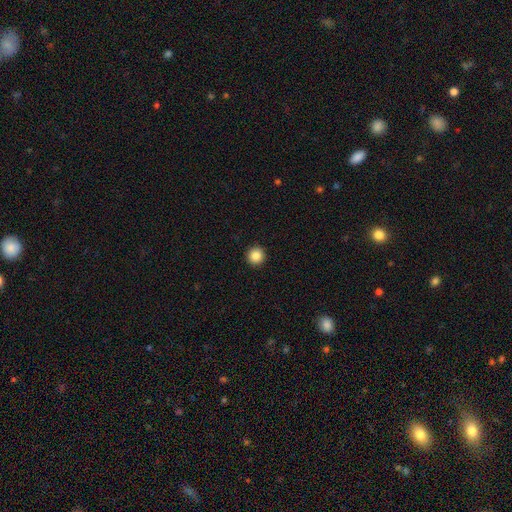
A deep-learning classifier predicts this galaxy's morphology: This is clearly a smooth galaxy (87%). How rounded: clearly round (96%). Merging: clearly none (94%).